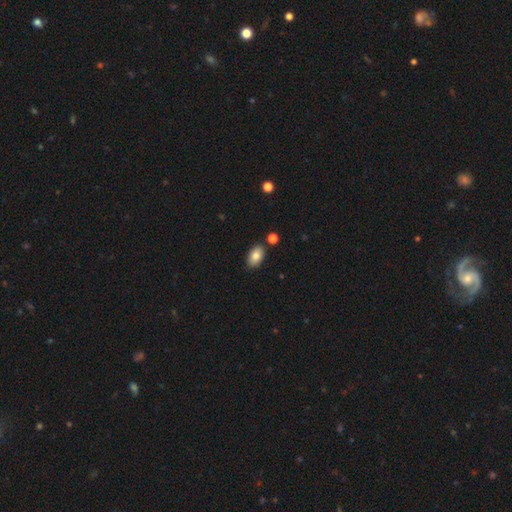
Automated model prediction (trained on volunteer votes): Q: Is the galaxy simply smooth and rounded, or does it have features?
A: smooth — 83%.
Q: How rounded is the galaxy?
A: in between — 92%.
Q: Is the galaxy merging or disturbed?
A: none — 84%.